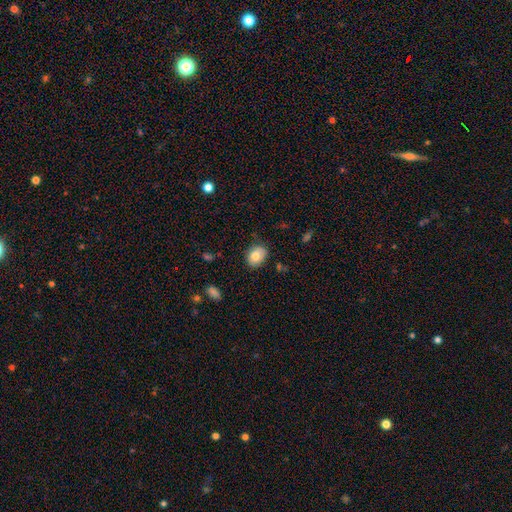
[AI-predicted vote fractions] A smooth galaxy with no disk features (78%) that is in between round and cigar-shaped (61%).

Vote fractions:
- Smooth or featured? smooth: 78% / featured or disk: 14% / star or artifact: 8%
- How rounded? in between: 61% / round: 38% / cigar-shaped: 1%
- Merging? none: 80% / minor disturbance: 15% / major disturbance: 3% / merger: 1%